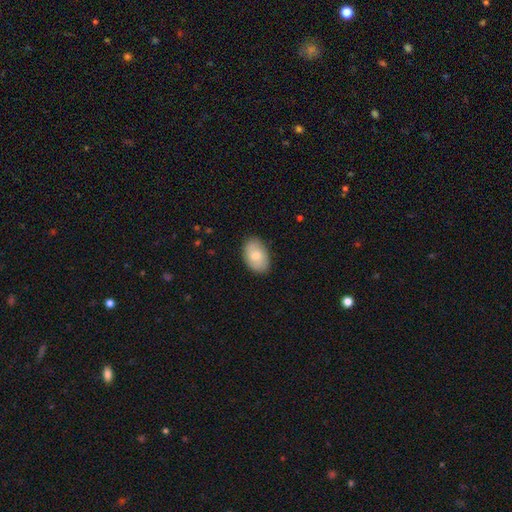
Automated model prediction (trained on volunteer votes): Smooth or featured? Predicted: smooth (p=0.74). How rounded? Predicted: in between (p=0.89). Merging? Predicted: none (p=0.85).